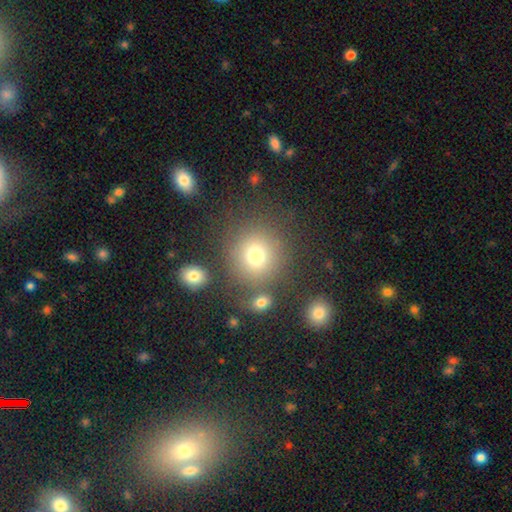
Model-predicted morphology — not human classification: Overall: smooth (74%). How rounded: round (89%). Merging: none (77%).